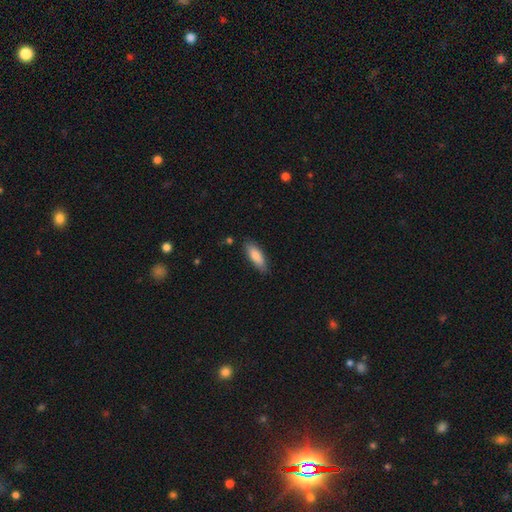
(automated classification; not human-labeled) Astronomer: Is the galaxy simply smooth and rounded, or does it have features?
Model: smooth — 83%.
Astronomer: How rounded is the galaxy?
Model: in between — 59% (runner-up: cigar-shaped, 39%).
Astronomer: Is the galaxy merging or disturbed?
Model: none — 83%.